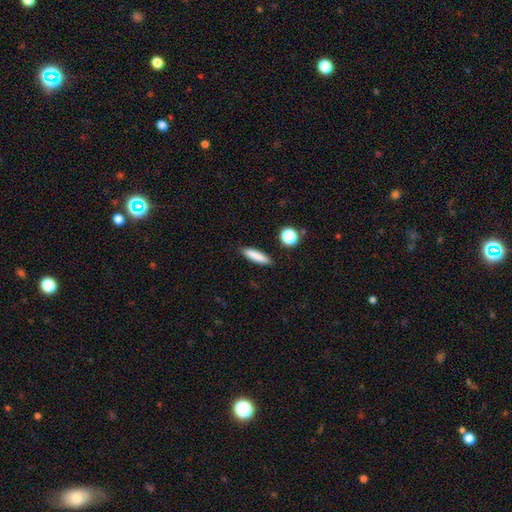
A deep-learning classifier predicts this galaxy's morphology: Smooth or featured: smooth — 83% (featured or disk — 9%)
How rounded: cigar-shaped — 75% (in between — 23%)
Merging: none — 88% (minor disturbance — 8%)